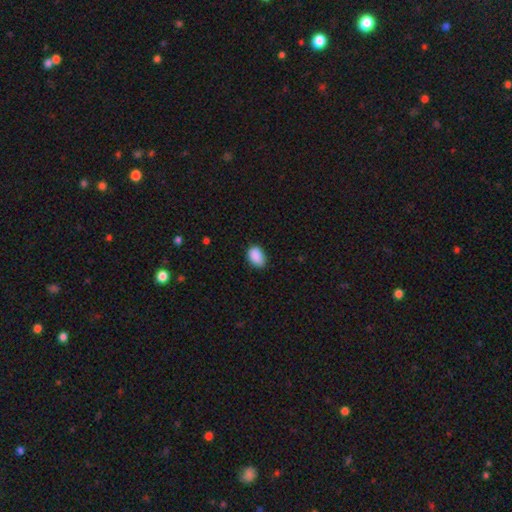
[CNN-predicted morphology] Overall: smooth (89%). How rounded: in between (85%). Merging: none (73%).